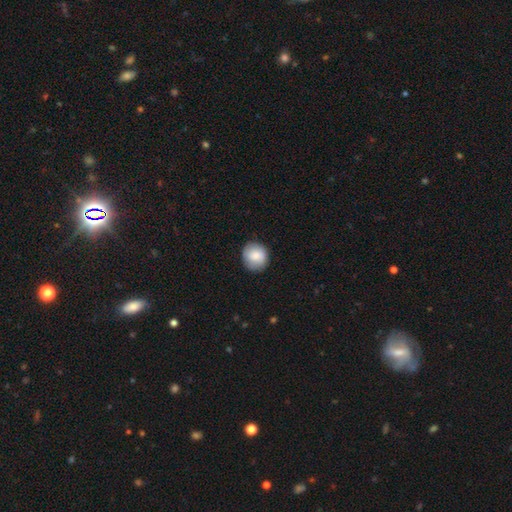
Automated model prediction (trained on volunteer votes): Smooth or featured? Predicted: smooth (p=0.82). How rounded? Predicted: round (p=0.84). Merging? Predicted: none (p=0.84).